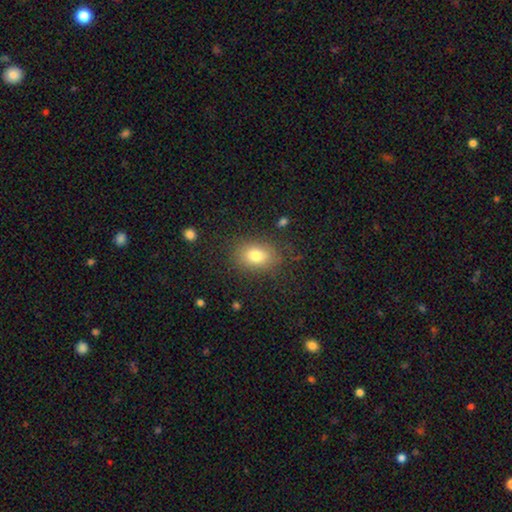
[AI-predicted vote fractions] A smooth galaxy with no disk features (79%) that is in between round and cigar-shaped (73%). Merging: none (81%).